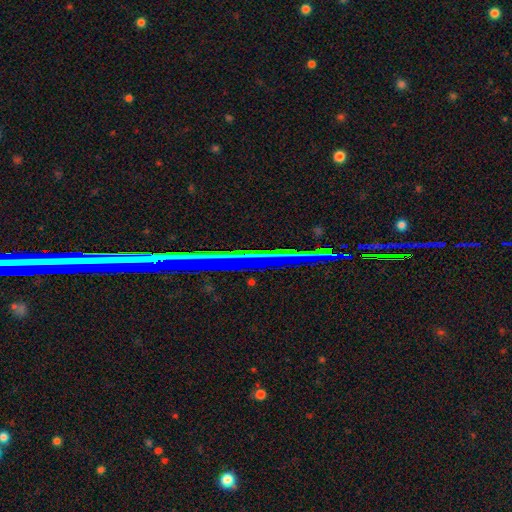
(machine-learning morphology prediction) A star or artifact, not a galaxy (73%).